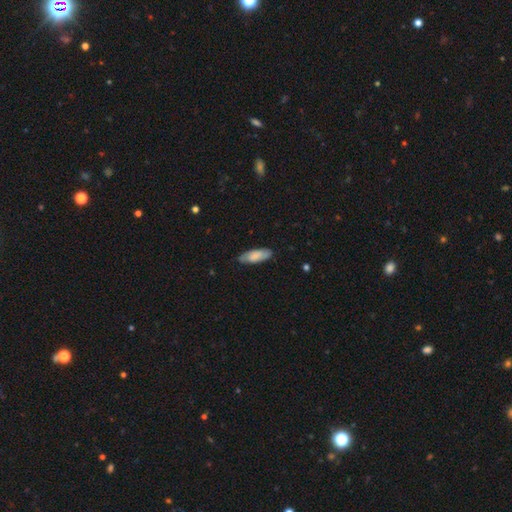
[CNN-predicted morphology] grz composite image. It shows a smooth galaxy with no disk features (77%) that is in between round and cigar-shaped (66%). Merging: none (79%).